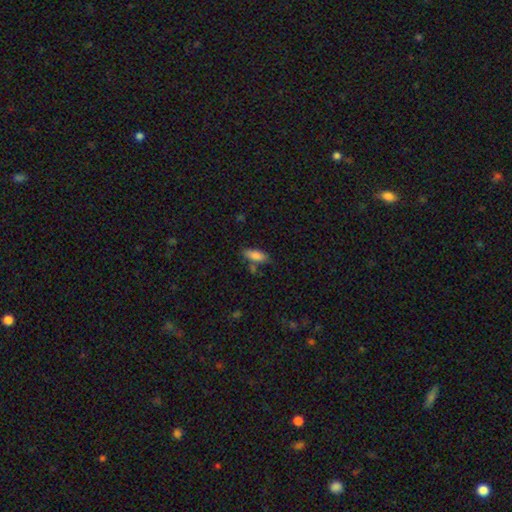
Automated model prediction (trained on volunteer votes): This appears to be a smooth galaxy with no disk features (83%) that is in between round and cigar-shaped (72%). Merging: none (68%).